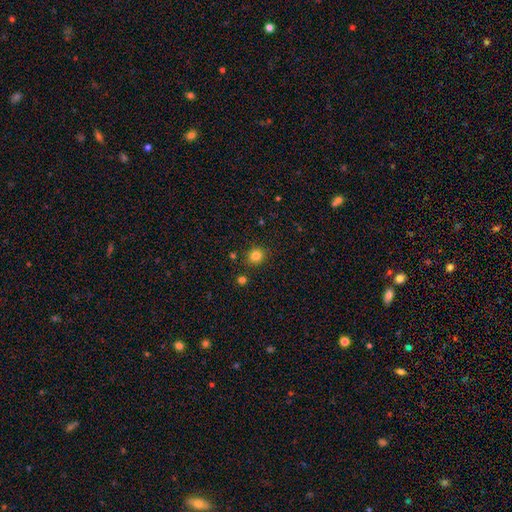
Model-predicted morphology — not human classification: smooth-or-featured: smooth: 82% | star or artifact: 13% | featured or disk: 5%
  how-rounded: round: 80% | in between: 19% | cigar-shaped: 1%
  merging: none: 86% | minor disturbance: 8% | merger: 3% | major disturbance: 2%